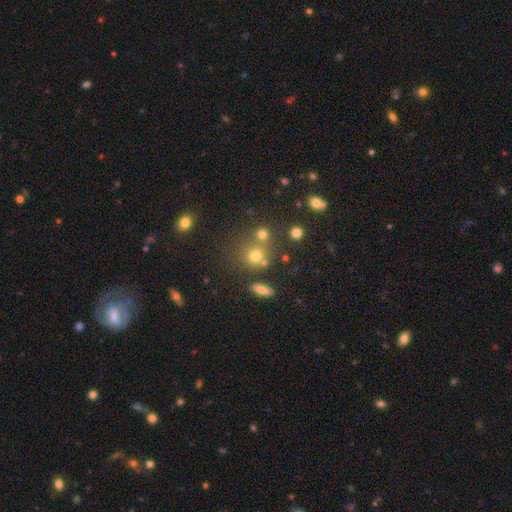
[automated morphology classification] Smooth or featured? Predicted: smooth (p=0.67). How rounded? Predicted: round (p=0.84). Merging? Predicted: none (p=0.61).